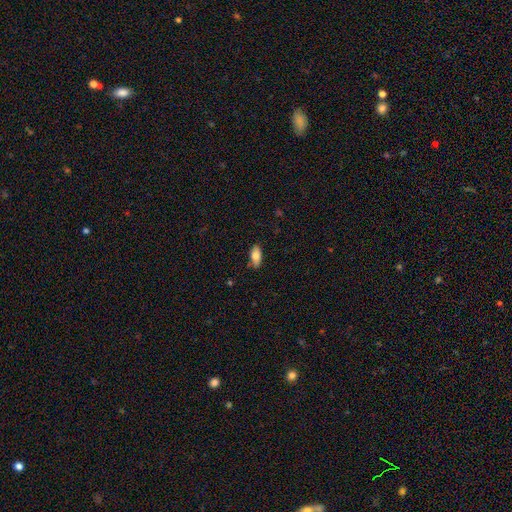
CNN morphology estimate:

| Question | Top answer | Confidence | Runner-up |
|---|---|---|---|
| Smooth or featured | smooth | 77% | featured or disk (16%) |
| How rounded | in between | 87% | cigar-shaped (10%) |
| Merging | none | 84% | minor disturbance (13%) |